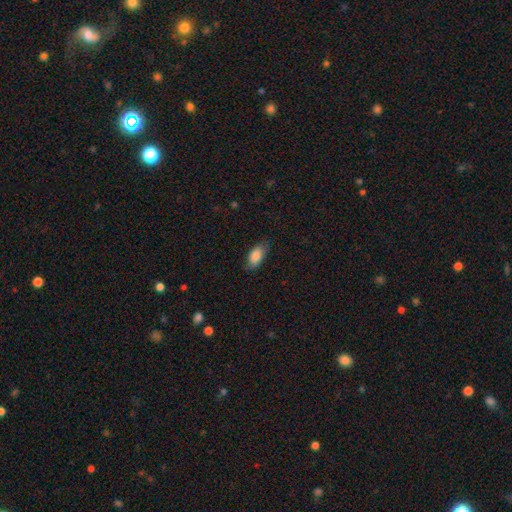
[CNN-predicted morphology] Smooth or featured: smooth — 85% (featured or disk — 8%)
How rounded: in between — 91% (cigar-shaped — 6%)
Merging: none — 77% (minor disturbance — 18%)